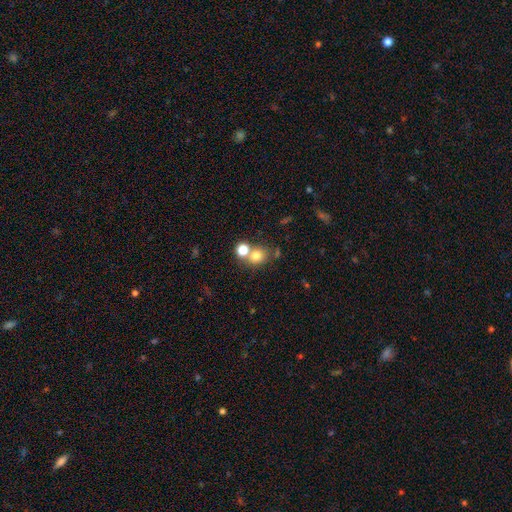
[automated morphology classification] This is likely a smooth galaxy (75%). How rounded: likely round (75%). Merging: possibly none (52%).